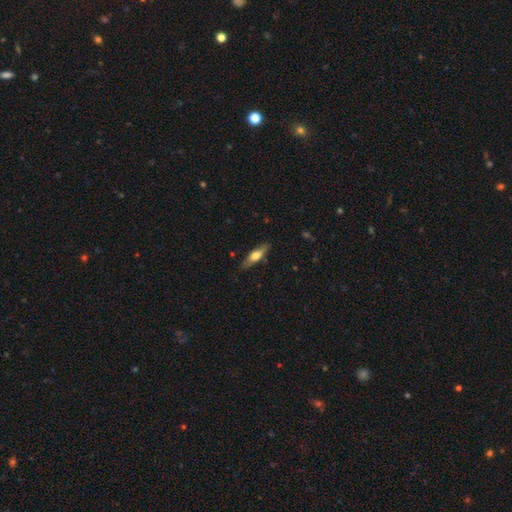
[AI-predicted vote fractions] Smooth or featured?
  - smooth: 51% *
  - featured or disk: 43%
  - star or artifact: 6%
How rounded?
  - cigar-shaped: 61% *
  - in between: 36%
  - round: 2%
Merging?
  - none: 84% *
  - minor disturbance: 12%
  - major disturbance: 3%
  - merger: 1%